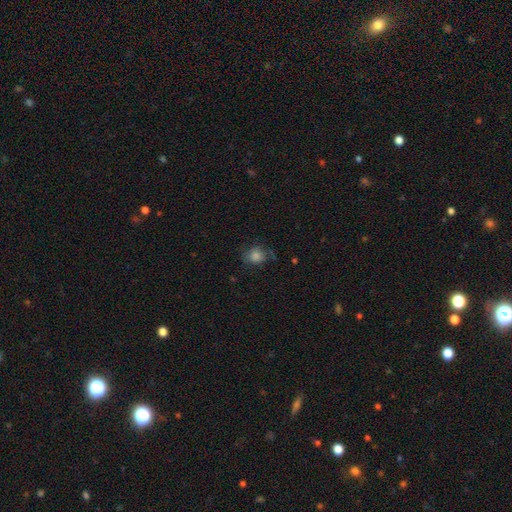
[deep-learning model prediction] smooth_or_featured: smooth (p=0.75) [alt: star or artifact p=0.14]
how_rounded: round (p=0.70) [alt: in between p=0.29]
merging: none (p=0.66) [alt: minor disturbance p=0.22]